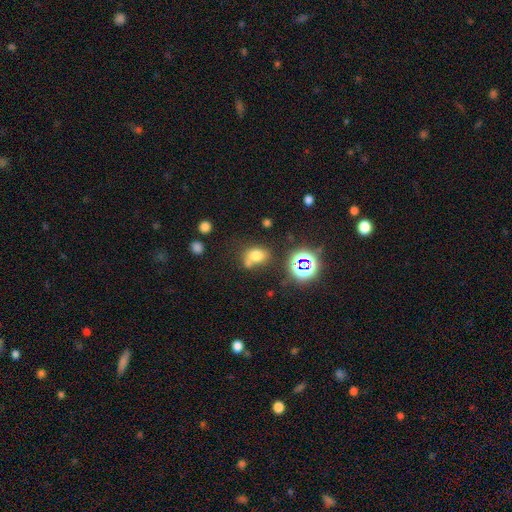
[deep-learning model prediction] smooth_or_featured: smooth (p=0.68) [alt: star or artifact p=0.21]
how_rounded: in between (p=0.54) [alt: round p=0.45]
merging: none (p=0.49) [alt: merger p=0.25]